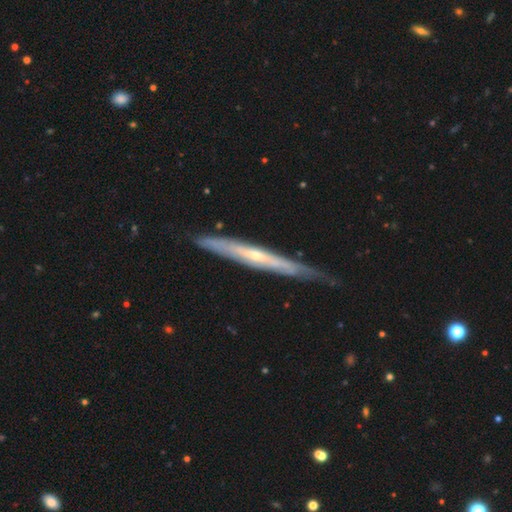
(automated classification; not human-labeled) Smooth or featured? Predicted: featured or disk (p=0.75). Edge-on disk? Predicted: yes (p=0.87). Edge-on bulge? Predicted: rounded (p=0.56). Merging? Predicted: none (p=0.73).